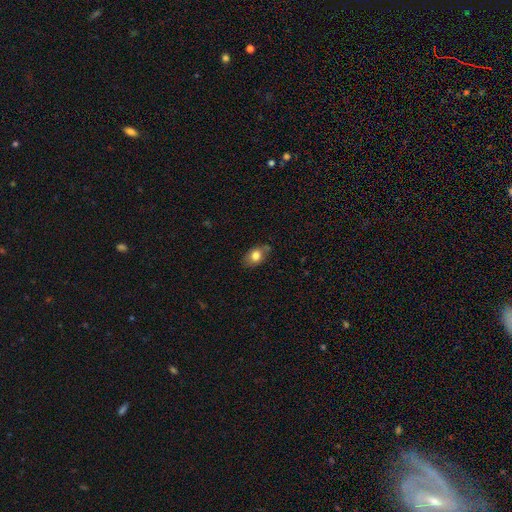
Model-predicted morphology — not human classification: This is likely a smooth galaxy (78%). How rounded: clearly in between (82%). Merging: likely none (70%).